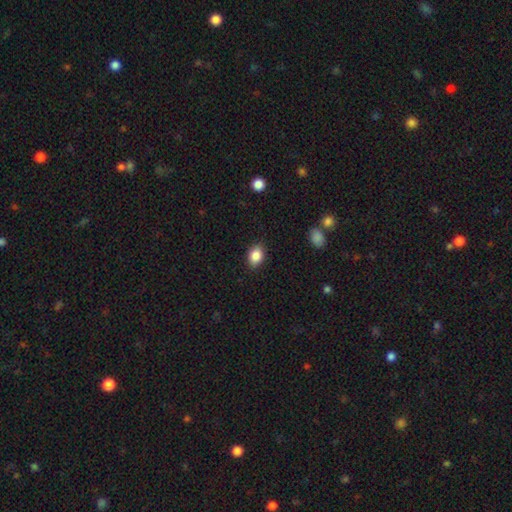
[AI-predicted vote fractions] This is clearly a smooth galaxy (86%). How rounded: likely in between (71%). Merging: clearly none (86%).